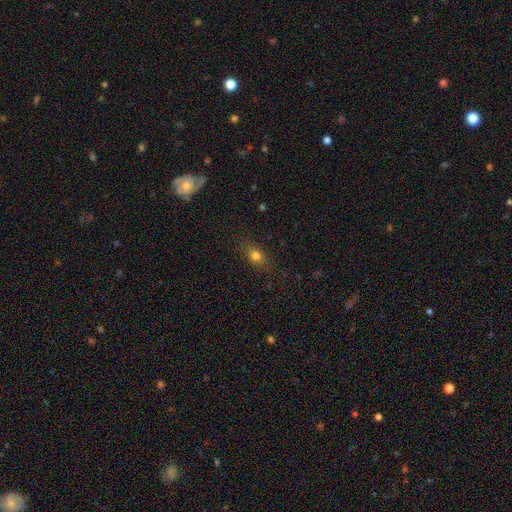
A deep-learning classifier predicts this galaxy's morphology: A smooth galaxy with no disk features (76%) that is in between round and cigar-shaped (68%).

Vote fractions:
- Smooth or featured? smooth: 76% / star or artifact: 12% / featured or disk: 12%
- How rounded? in between: 68% / round: 25% / cigar-shaped: 7%
- Merging? none: 82% / minor disturbance: 13% / major disturbance: 4% / merger: 1%